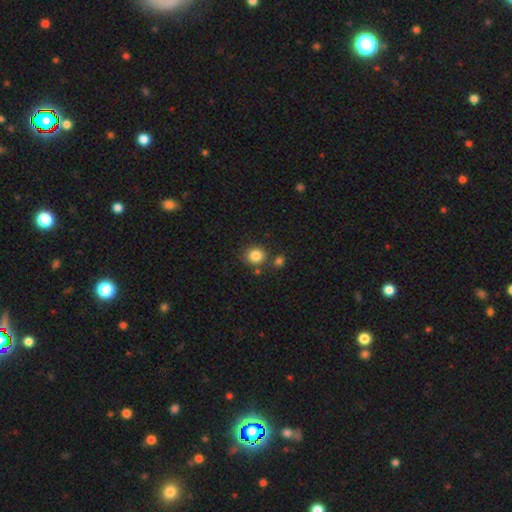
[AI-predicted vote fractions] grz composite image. It shows a smooth galaxy with no disk features (84%) that is round (81%). Merging: none (77%).